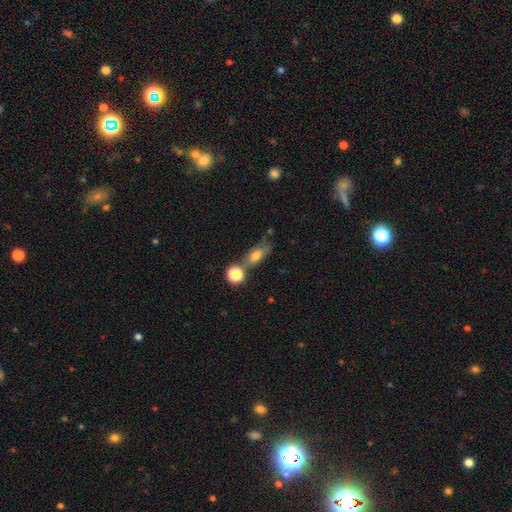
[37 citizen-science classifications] Morphology: type=smooth (86%); roundness=in between (69%); merging=merger (36%).